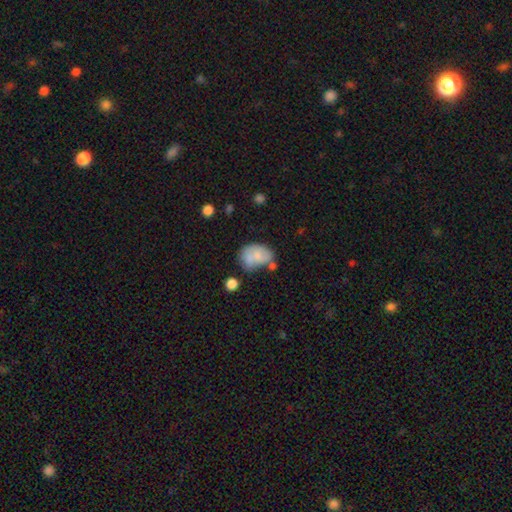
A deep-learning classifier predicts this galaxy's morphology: This appears to be a smooth galaxy with no disk features (72%) that is in between round and cigar-shaped (76%). Merging: none (32%).